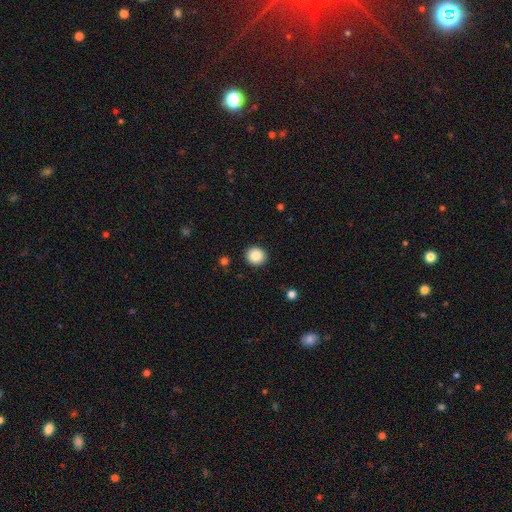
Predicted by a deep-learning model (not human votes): smooth 86%, star or artifact 9%, featured or disk 5%. Down the decision tree: how rounded — round (90%); merging — none (92%).